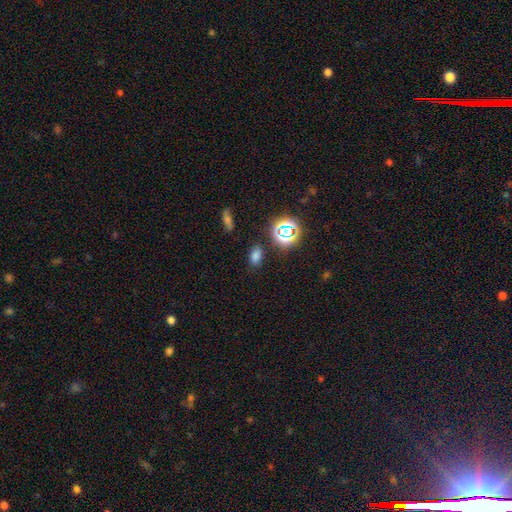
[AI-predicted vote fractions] Smooth or featured? smooth (70%)
How rounded? in between (85%)
Merging? none (82%)